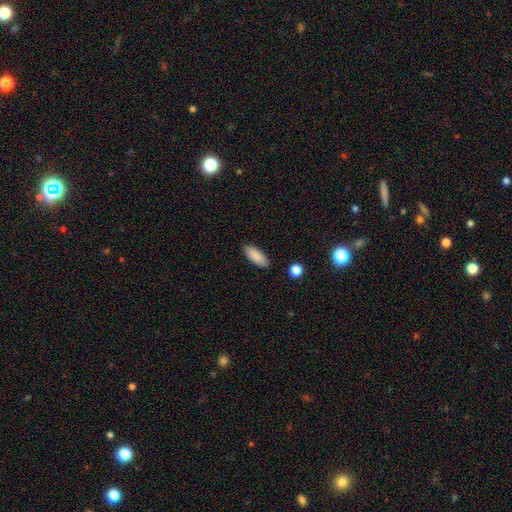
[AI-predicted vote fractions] smooth_or_featured: smooth (p=0.89) [alt: star or artifact p=0.07]
how_rounded: in between (p=0.80) [alt: cigar-shaped p=0.18]
merging: none (p=0.87) [alt: minor disturbance p=0.10]